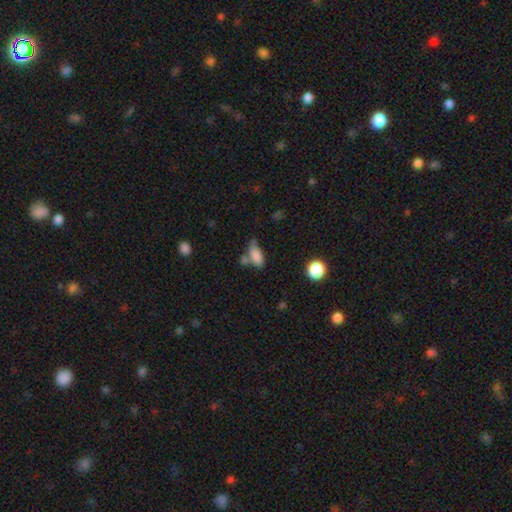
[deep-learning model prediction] This appears to be a smooth galaxy with no disk features (80%) that is in between round and cigar-shaped (83%). Merging: none (41%).